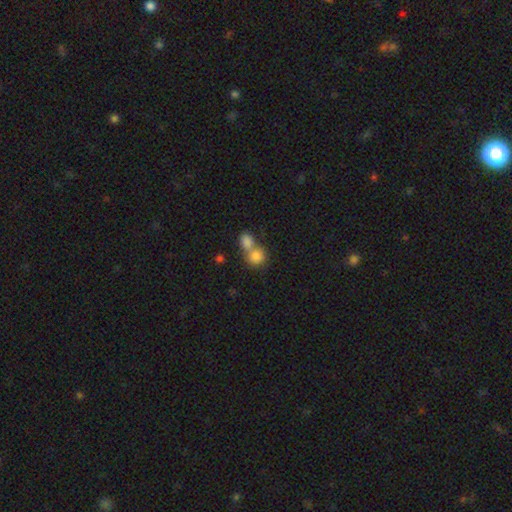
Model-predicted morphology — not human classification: Smooth or featured?
  - smooth: 82% *
  - star or artifact: 10%
  - featured or disk: 9%
How rounded?
  - round: 78% *
  - in between: 21%
  - cigar-shaped: 1%
Merging?
  - merger: 59% *
  - none: 32%
  - minor disturbance: 6%
  - major disturbance: 3%